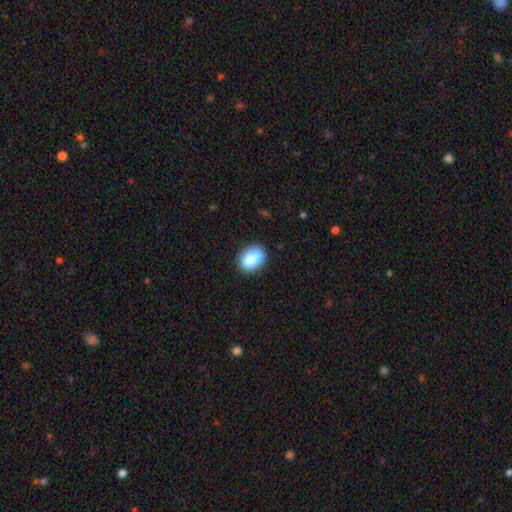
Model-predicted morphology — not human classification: Smooth or featured? smooth (76%)
How rounded? in between (77%)
Merging? none (53%)